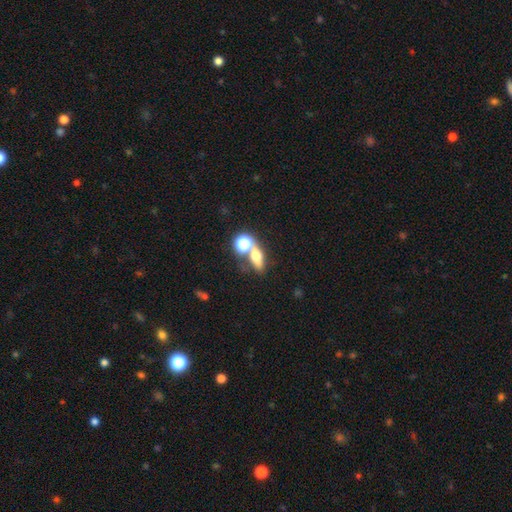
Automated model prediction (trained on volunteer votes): This appears to be a smooth galaxy with no disk features (58%) that is in between round and cigar-shaped (55%). Merging: none (50%).